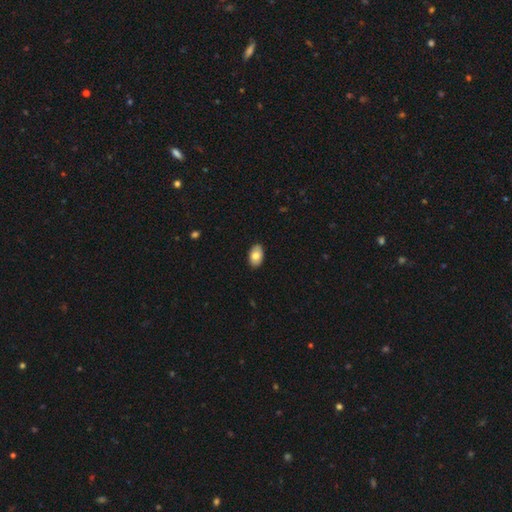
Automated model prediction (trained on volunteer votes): Smooth or featured? smooth (79%)
How rounded? in between (92%)
Merging? none (89%)